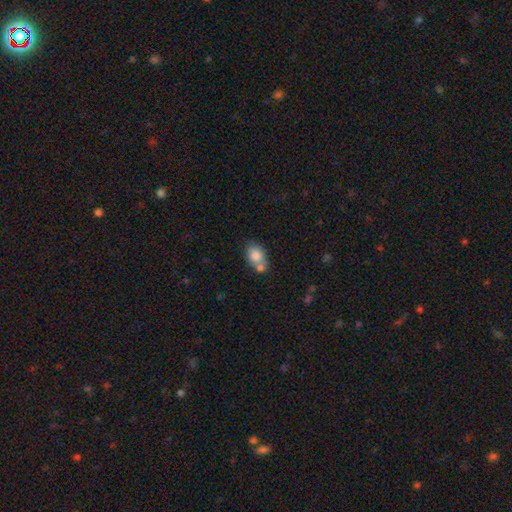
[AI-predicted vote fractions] The model was most divided on "merging": none: 51%, merger: 31%, minor disturbance: 14%, major disturbance: 4%. More confident: smooth or featured — smooth (81%); how rounded — in between (70%).